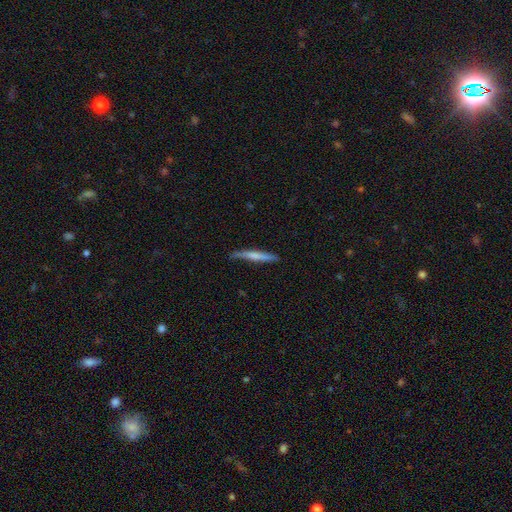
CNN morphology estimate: type=smooth (57%); roundness=cigar-shaped (95%); merging=none (76%).